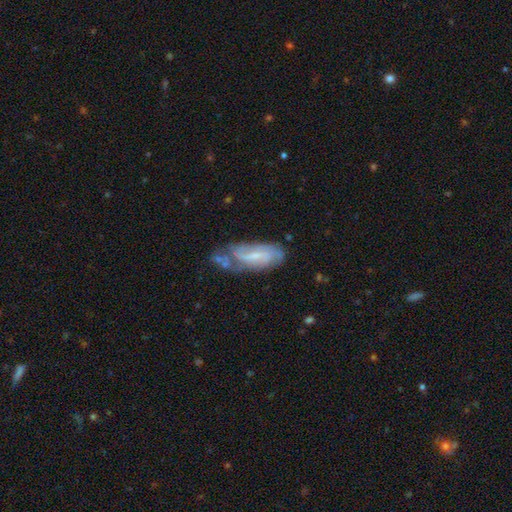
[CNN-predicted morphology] A featured or disk galaxy (67%) with a weak bar (49%), 2 (47%) medium (40%) spiral arms (85%) and a small central bulge (55%).

Vote fractions:
- Smooth or featured? featured or disk: 67% / smooth: 25% / star or artifact: 7%
- Edge-on disk? no: 89% / yes: 11%
- Bar? weak: 49% / no: 28% / strong: 23%
- Spiral arms? yes: 85% / no: 15%
- Spiral winding? medium: 40% / tight: 39% / loose: 21%
- Spiral arm count? 2: 47% / can't tell: 33% / 3: 8% / 1: 6% / 4: 3% / more than 4: 2%
- Bulge size? small: 55% / moderate: 23% / none: 18% / large: 2% / dominant: 1%
- Merging? none: 46% / minor disturbance: 29% / major disturbance: 14% / merger: 11%